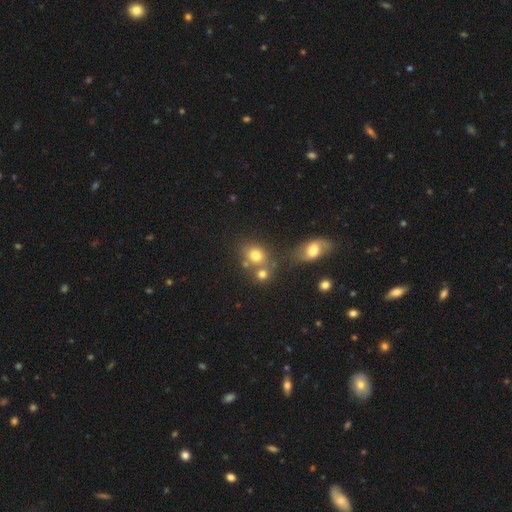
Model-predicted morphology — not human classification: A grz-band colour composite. It shows a smooth galaxy with no disk features (74%) that is round (65%). Merging: none (54%).